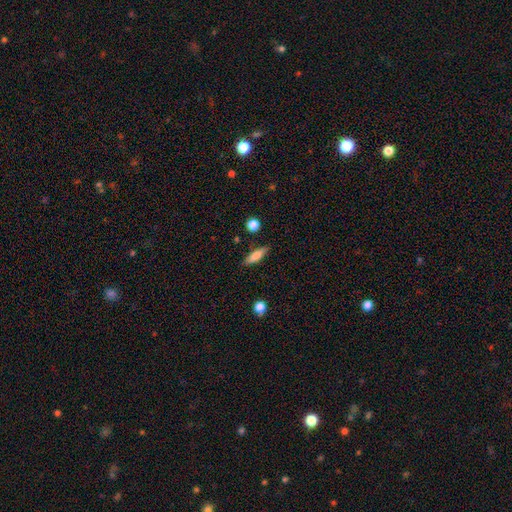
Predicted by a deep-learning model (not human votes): Smooth or featured? smooth (75%)
How rounded? cigar-shaped (59%)
Merging? none (85%)